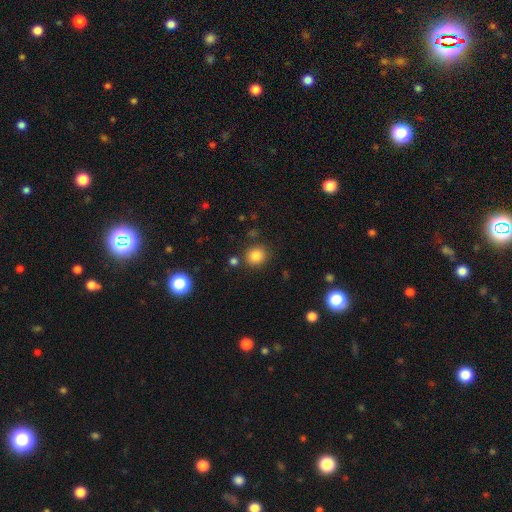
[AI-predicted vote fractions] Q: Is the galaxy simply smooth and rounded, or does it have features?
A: smooth — 84%.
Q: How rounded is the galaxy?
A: round — 82%.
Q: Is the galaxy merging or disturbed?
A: none — 82%.